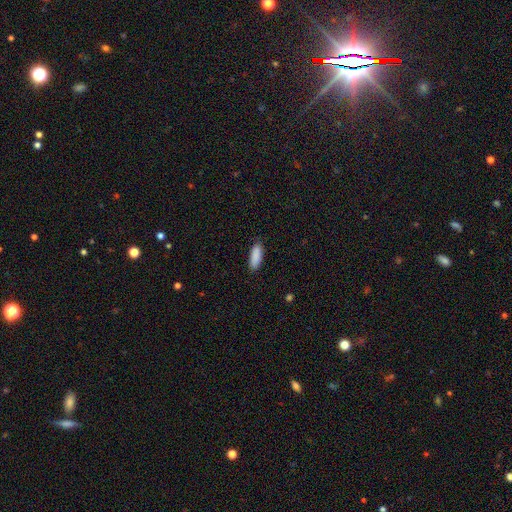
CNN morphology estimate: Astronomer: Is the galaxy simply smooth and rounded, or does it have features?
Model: smooth — 90%.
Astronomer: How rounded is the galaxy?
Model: in between — 66%.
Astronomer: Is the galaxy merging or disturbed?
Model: none — 85%.